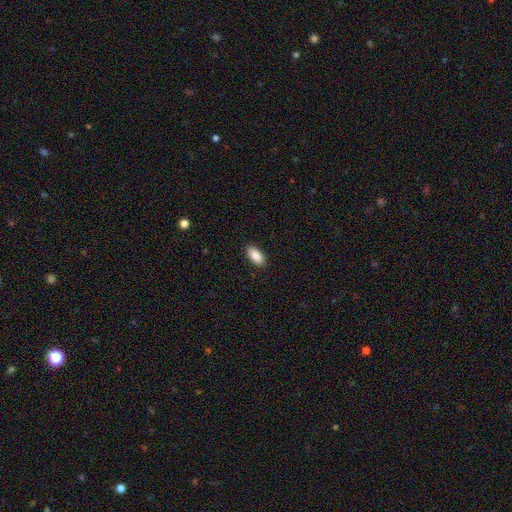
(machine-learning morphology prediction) Smooth or featured? Predicted: smooth (p=0.89). How rounded? Predicted: in between (p=0.93). Merging? Predicted: none (p=0.89).